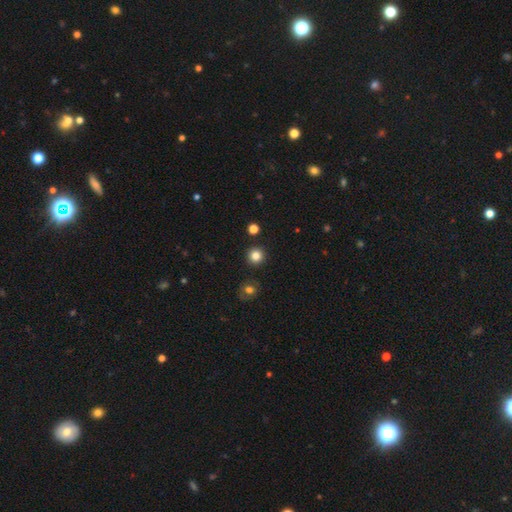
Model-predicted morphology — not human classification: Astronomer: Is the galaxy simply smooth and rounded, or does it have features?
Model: smooth — 83%.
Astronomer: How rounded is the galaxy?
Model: round — 95%.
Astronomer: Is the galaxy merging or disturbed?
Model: none — 92%.